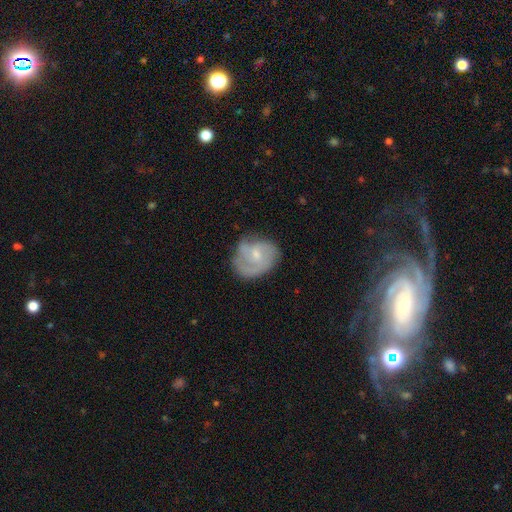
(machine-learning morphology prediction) smooth_or_featured: featured or disk (p=0.64) [alt: smooth p=0.29]
disk_edge_on: no (p=0.98) [alt: yes p=0.02]
bar: no (p=0.55) [alt: weak p=0.40]
has_spiral_arms: yes (p=0.83) [alt: no p=0.17]
spiral_winding: medium (p=0.43) [alt: tight p=0.37]
spiral_arm_count: 2 (p=0.34) [alt: can't tell p=0.28]
bulge_size: small (p=0.58) [alt: moderate p=0.33]
merging: none (p=0.56) [alt: minor disturbance p=0.27]